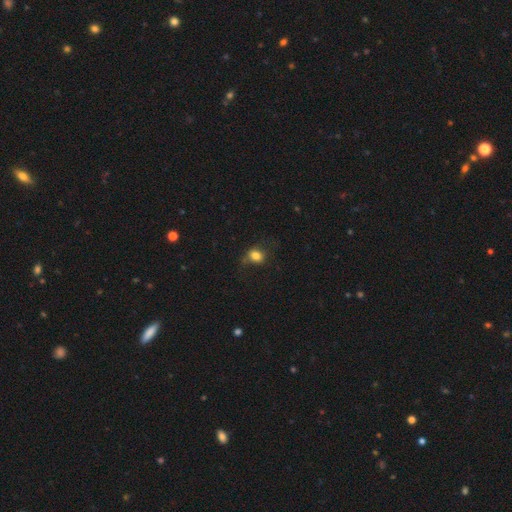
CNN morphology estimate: Smooth or featured? Predicted: smooth (p=0.79). How rounded? Predicted: round (p=0.59). Merging? Predicted: none (p=0.62).